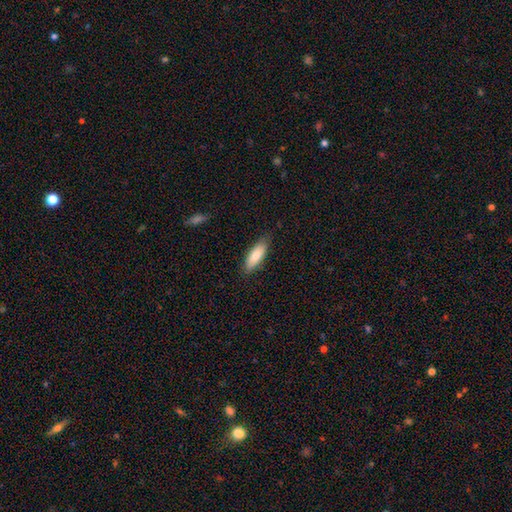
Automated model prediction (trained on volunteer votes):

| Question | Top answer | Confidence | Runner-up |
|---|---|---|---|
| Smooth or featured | smooth | 77% | featured or disk (17%) |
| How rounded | in between | 68% | cigar-shaped (30%) |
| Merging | none | 83% | minor disturbance (14%) |